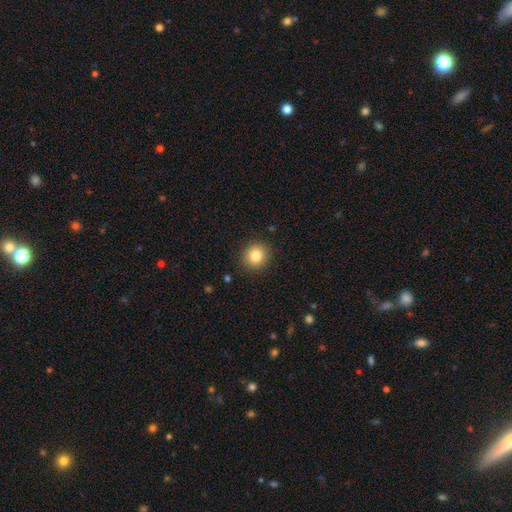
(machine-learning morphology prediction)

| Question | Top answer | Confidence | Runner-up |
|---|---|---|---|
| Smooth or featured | smooth | 82% | star or artifact (10%) |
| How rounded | round | 87% | in between (12%) |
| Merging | none | 90% | minor disturbance (7%) |